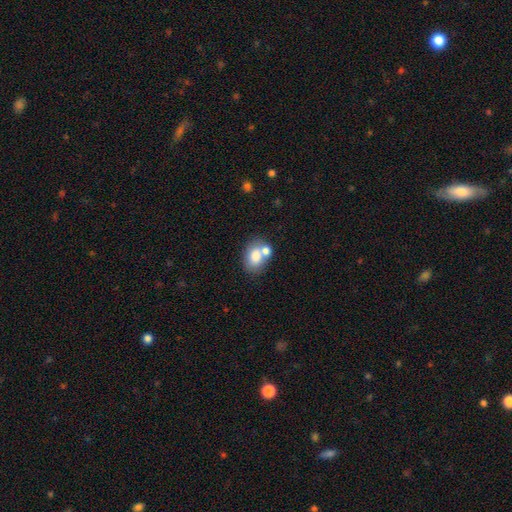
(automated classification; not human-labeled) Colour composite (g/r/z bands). It shows a smooth galaxy with no disk features (76%) that is in between round and cigar-shaped (69%). Merging: none (47%).